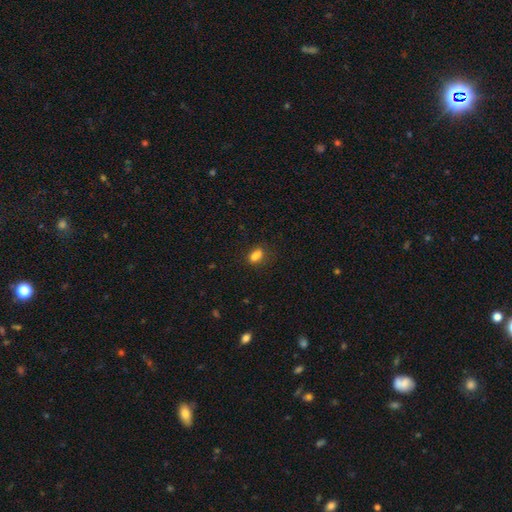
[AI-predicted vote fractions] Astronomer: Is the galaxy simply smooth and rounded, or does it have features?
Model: smooth — 79%.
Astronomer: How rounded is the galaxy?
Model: in between — 74%.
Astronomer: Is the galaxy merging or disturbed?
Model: none — 64%.